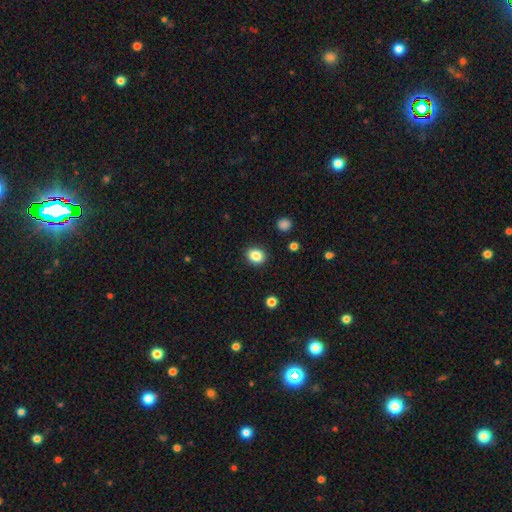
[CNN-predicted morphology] Smooth or featured?
  - smooth: 85% *
  - star or artifact: 10%
  - featured or disk: 4%
How rounded?
  - round: 66% *
  - in between: 33%
  - cigar-shaped: 1%
Merging?
  - none: 90% *
  - minor disturbance: 7%
  - major disturbance: 2%
  - merger: 1%